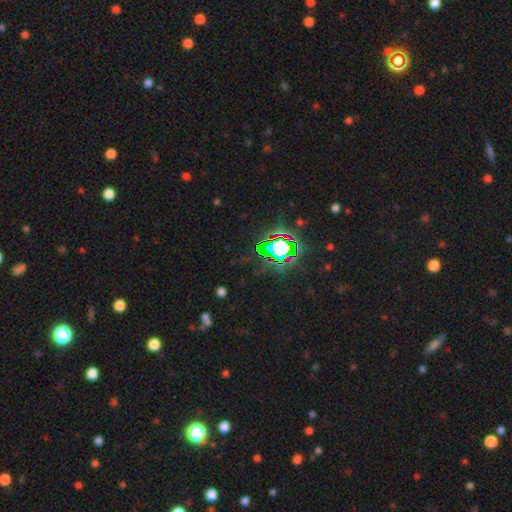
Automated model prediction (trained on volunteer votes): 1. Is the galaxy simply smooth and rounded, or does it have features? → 82% star or artifact, 11% smooth, 7% featured or disk.